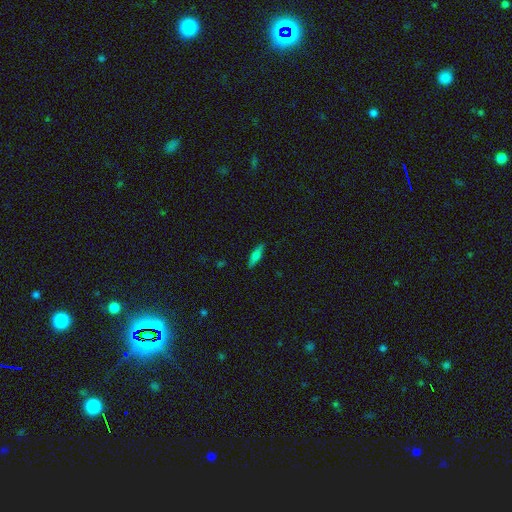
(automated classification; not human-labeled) A smooth galaxy with no disk features (64%) that is cigar-shaped (57%).

Vote fractions:
- Smooth or featured? smooth: 64% / featured or disk: 28% / star or artifact: 8%
- How rounded? cigar-shaped: 57% / in between: 41% / round: 2%
- Merging? none: 87% / minor disturbance: 10% / major disturbance: 2% / merger: 1%